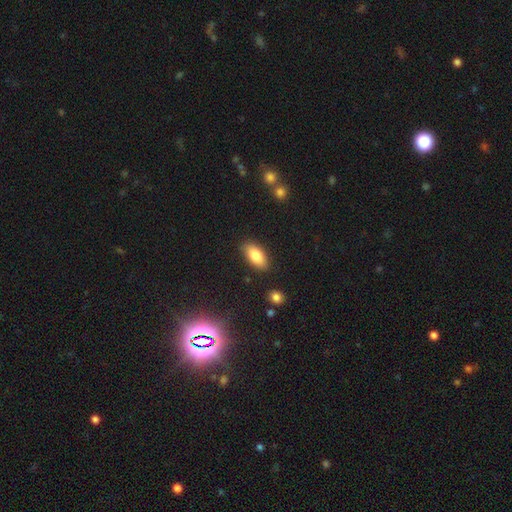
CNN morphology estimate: Smooth or featured? Predicted: smooth (p=0.83). How rounded? Predicted: in between (p=0.88). Merging? Predicted: none (p=0.85).